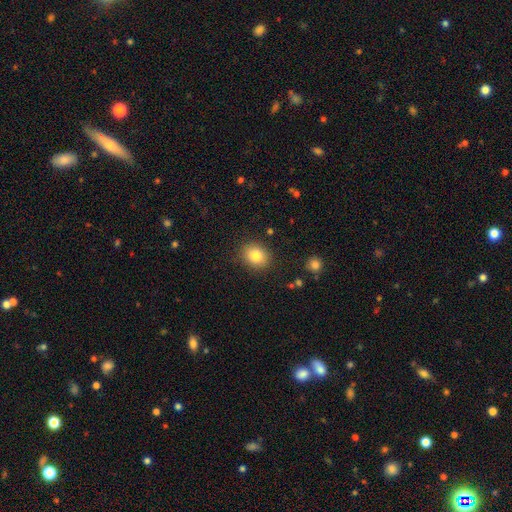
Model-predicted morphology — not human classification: The model was most divided on "how rounded": round: 63%, in between: 36%, cigar-shaped: 1%. More confident: merging — none (87%); smooth or featured — smooth (82%).